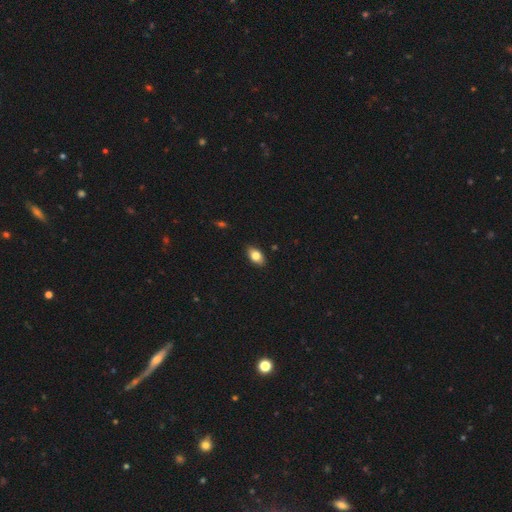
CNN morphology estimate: This is likely a smooth galaxy (80%). How rounded: clearly in between (89%). Merging: clearly none (87%).